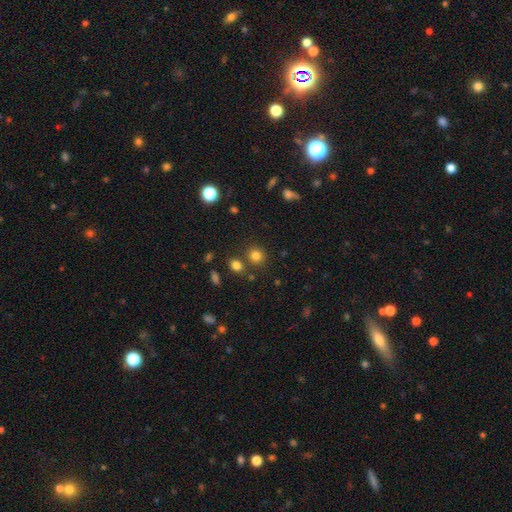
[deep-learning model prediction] smooth_or_featured: smooth (p=0.80) [alt: star or artifact p=0.14]
how_rounded: round (p=0.83) [alt: in between p=0.16]
merging: none (p=0.78) [alt: merger p=0.10]